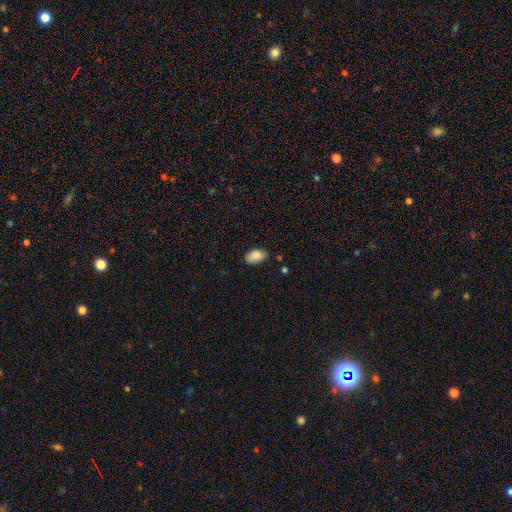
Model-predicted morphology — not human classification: Smooth or featured? smooth (86%)
How rounded? in between (93%)
Merging? none (76%)